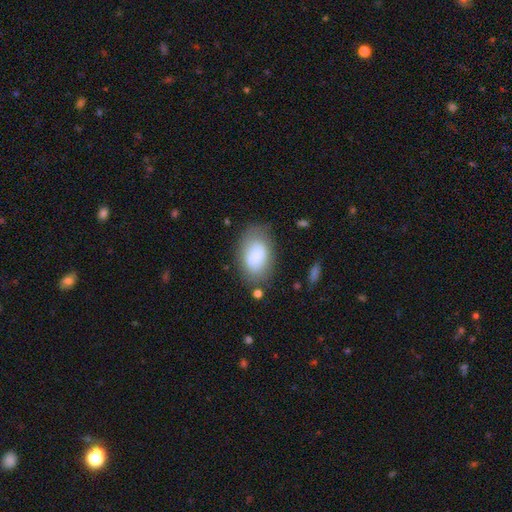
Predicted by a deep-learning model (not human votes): Q: Smooth or featured?
A: smooth (79%); runner-up: featured or disk (14%)
Q: How rounded?
A: in between (90%); runner-up: round (8%)
Q: Merging?
A: none (68%); runner-up: minor disturbance (21%)